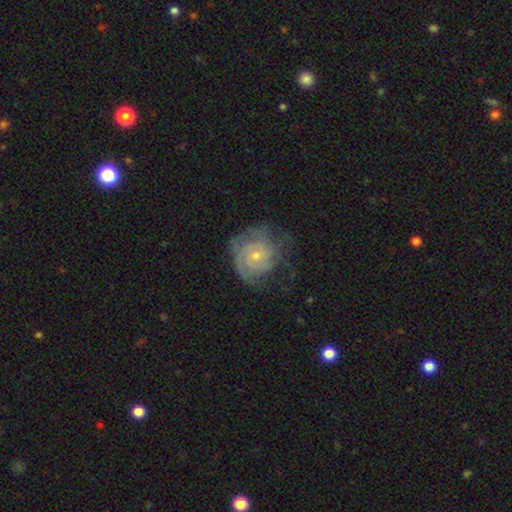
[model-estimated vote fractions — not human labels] smooth-or-featured: featured or disk: 70% | smooth: 23% | star or artifact: 7%
  disk-edge-on: no: 98% | yes: 2%
    bar: no: 78% | weak: 20% | strong: 3%
    has-spiral-arms: yes: 85% | no: 15%
      spiral-winding: tight: 66% | medium: 25% | loose: 9%
      spiral-arm-count: can't tell: 49% | 2: 19% | 3: 14% | 4: 7% | 1: 7% | more than 4: 4%
    bulge-size: small: 66% | moderate: 30% | none: 2% | large: 1% | dominant: 1%
  merging: none: 55% | minor disturbance: 25% | major disturbance: 18% | merger: 1%